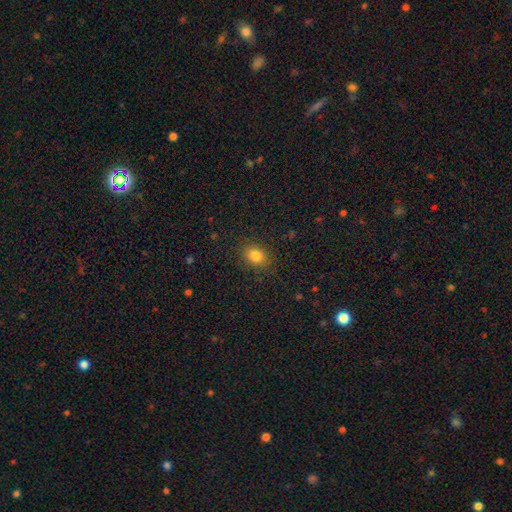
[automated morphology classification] Smooth or featured? smooth (82%)
How rounded? in between (58%)
Merging? none (87%)